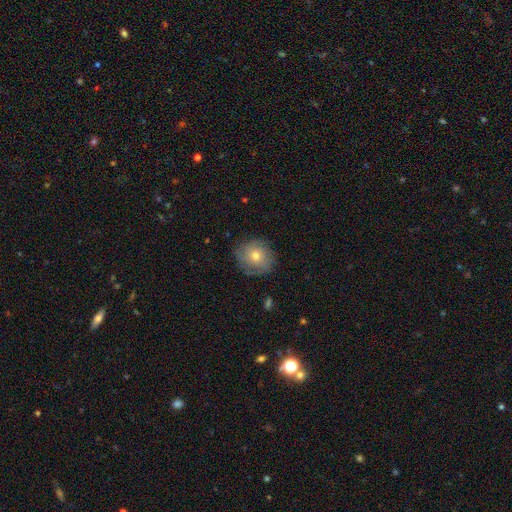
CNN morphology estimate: Smooth or featured? Predicted: smooth (p=0.53). How rounded? Predicted: round (p=0.82). Merging? Predicted: none (p=0.78).